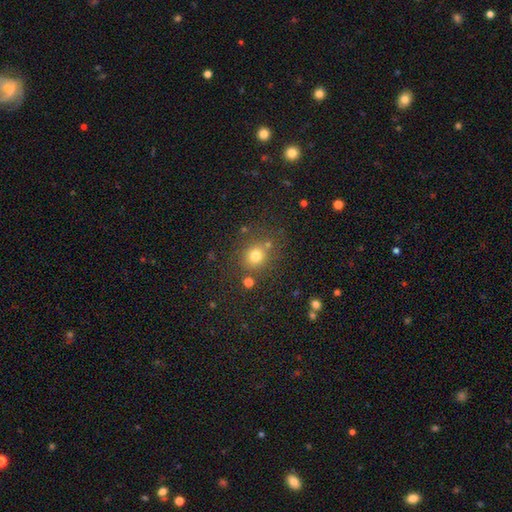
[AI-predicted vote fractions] Q: Smooth or featured?
A: smooth (74%); runner-up: star or artifact (18%)
Q: How rounded?
A: round (81%); runner-up: in between (18%)
Q: Merging?
A: none (73%); runner-up: minor disturbance (12%)